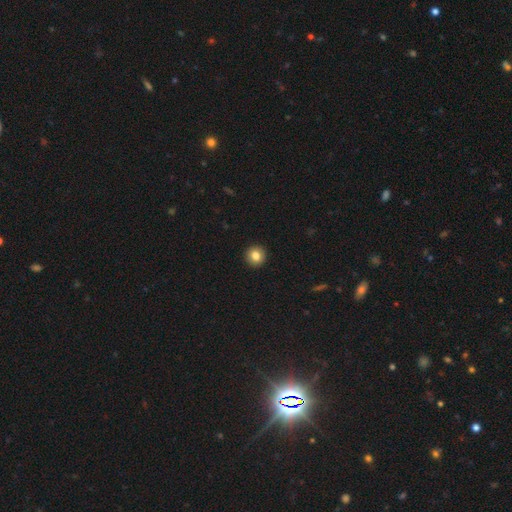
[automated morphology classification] Smooth or featured?
  - smooth: 83% *
  - star or artifact: 9%
  - featured or disk: 7%
How rounded?
  - round: 95% *
  - in between: 4%
  - cigar-shaped: 1%
Merging?
  - none: 94% *
  - minor disturbance: 4%
  - major disturbance: 1%
  - merger: 1%